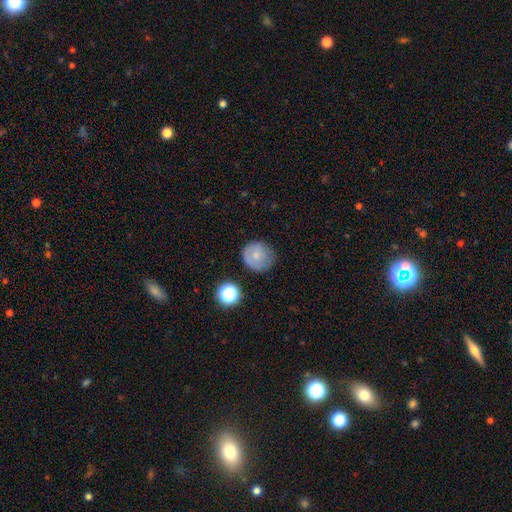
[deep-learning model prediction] A smooth galaxy with no disk features (69%) that is round (89%).

Vote fractions:
- Smooth or featured? smooth: 69% / featured or disk: 21% / star or artifact: 10%
- How rounded? round: 89% / in between: 10% / cigar-shaped: 1%
- Merging? none: 72% / minor disturbance: 20% / major disturbance: 6% / merger: 2%